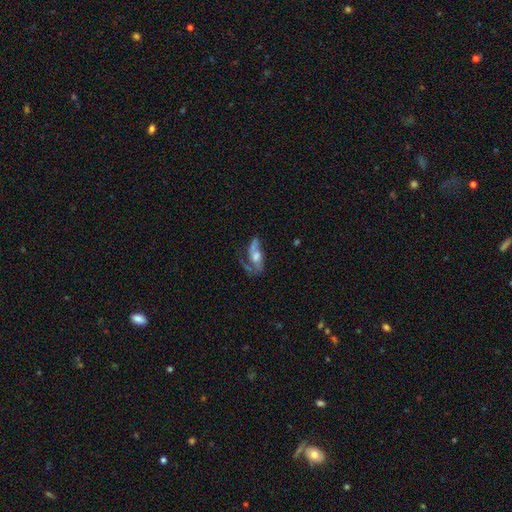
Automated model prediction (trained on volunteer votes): A featured or disk galaxy (58%) with no bar (68%), spiral arms (61%) and a moderate central bulge (47%). Merging: major disturbance (43%).